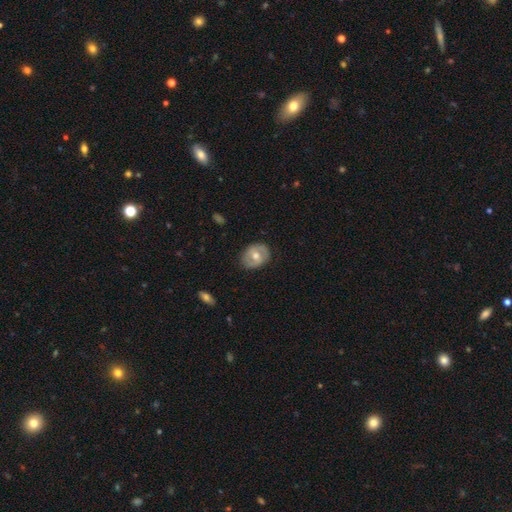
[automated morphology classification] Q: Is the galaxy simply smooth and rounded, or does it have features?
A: featured or disk — 51%.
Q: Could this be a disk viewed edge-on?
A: no — 95%.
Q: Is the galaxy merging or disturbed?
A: none — 81%.